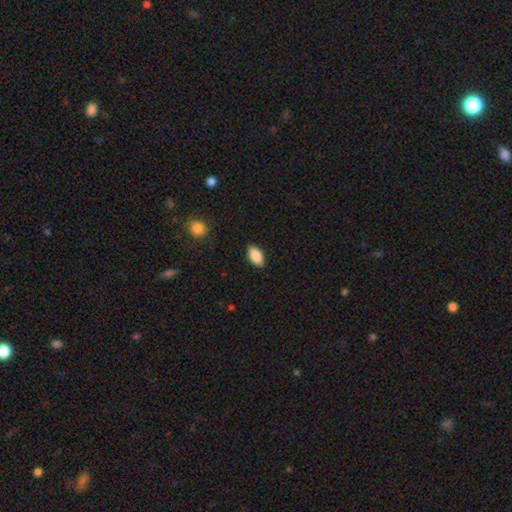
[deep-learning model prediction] A smooth galaxy with no disk features (86%) that is in between round and cigar-shaped (92%).

Vote fractions:
- Smooth or featured? smooth: 86% / featured or disk: 7% / star or artifact: 7%
- How rounded? in between: 92% / cigar-shaped: 5% / round: 3%
- Merging? none: 87% / minor disturbance: 10% / major disturbance: 2% / merger: 1%